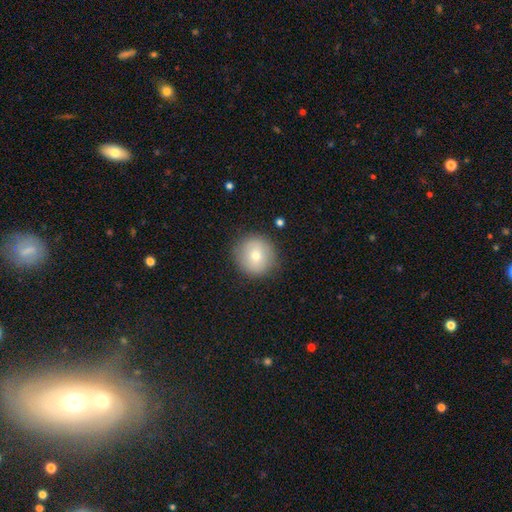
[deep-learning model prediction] Morphology: type=smooth (73%); roundness=round (94%); merging=none (86%).